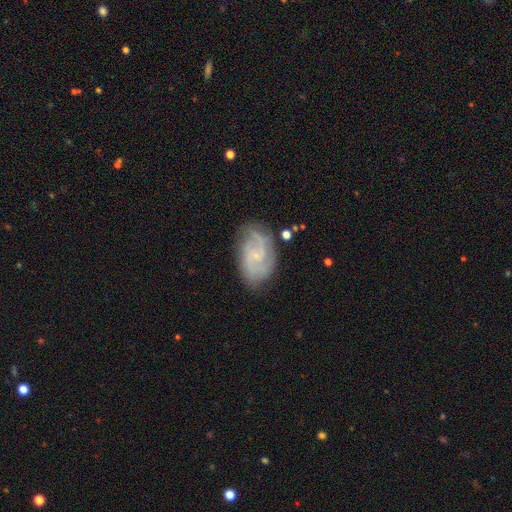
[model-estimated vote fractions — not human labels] Overall: featured or disk (77%). Edge-on disk: no (97%). Bar: no (57%; weak 38%). Spiral arms: yes (94%). Spiral arm count: 2 (37%; can't tell 24%). Spiral winding: medium (43%; tight 41%). Bulge size: small (68%). Merging: none (71%).